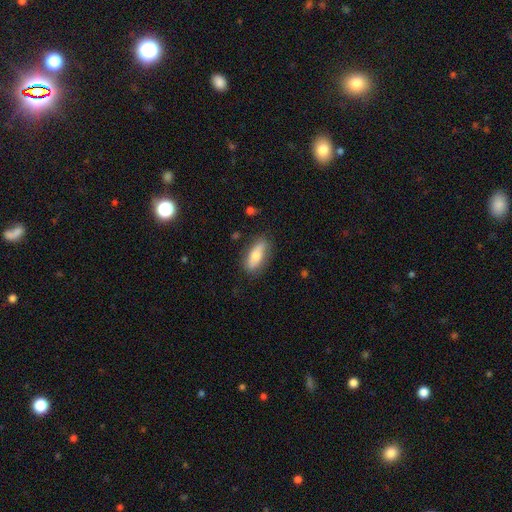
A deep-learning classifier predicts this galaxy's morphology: Smooth or featured?
  - smooth: 65% *
  - featured or disk: 28%
  - star or artifact: 7%
How rounded?
  - in between: 71% *
  - cigar-shaped: 26%
  - round: 3%
Merging?
  - none: 80% *
  - minor disturbance: 15%
  - major disturbance: 3%
  - merger: 2%